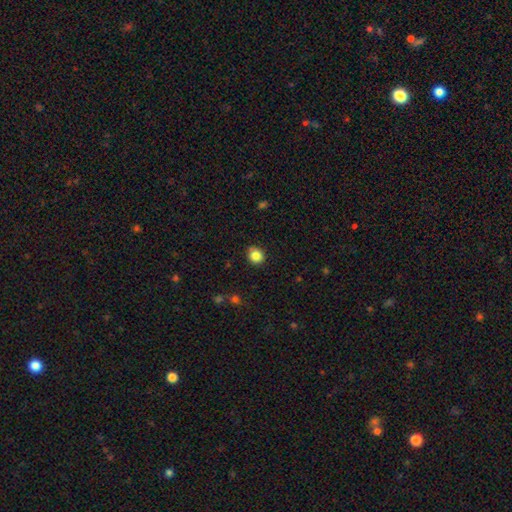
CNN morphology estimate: This appears to be a smooth galaxy with no disk features (85%) that is round (79%). Merging: none (85%).